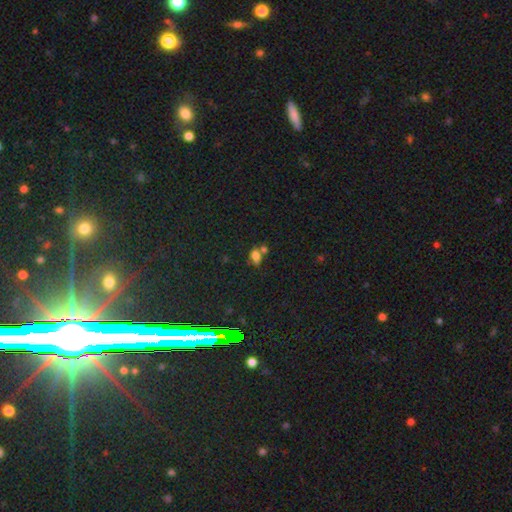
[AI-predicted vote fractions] Smooth or featured? smooth (72%)
How rounded? in between (76%)
Merging? merger (42%)